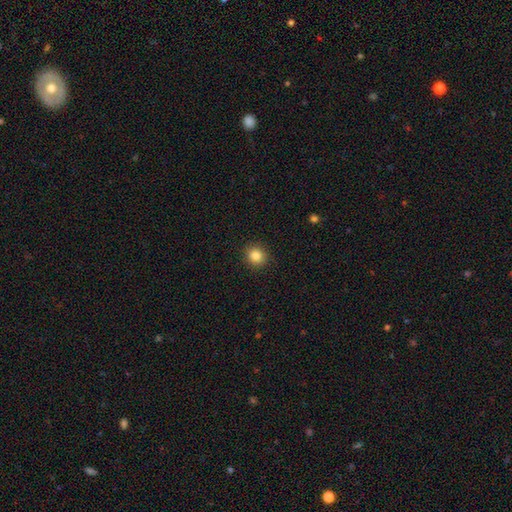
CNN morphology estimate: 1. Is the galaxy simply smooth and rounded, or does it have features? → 85% smooth, 11% star or artifact, 5% featured or disk.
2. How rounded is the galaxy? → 84% round, 15% in between, 1% cigar-shaped.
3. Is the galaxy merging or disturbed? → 91% none, 6% minor disturbance, 2% major disturbance, 1% merger.